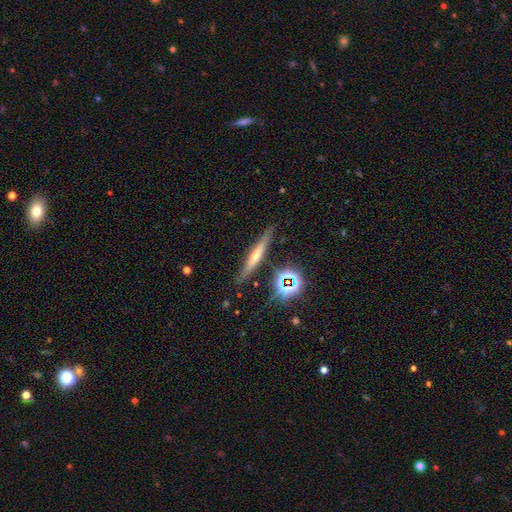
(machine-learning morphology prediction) This is possibly a featured or disk galaxy (48%). Merging: clearly none (84%).